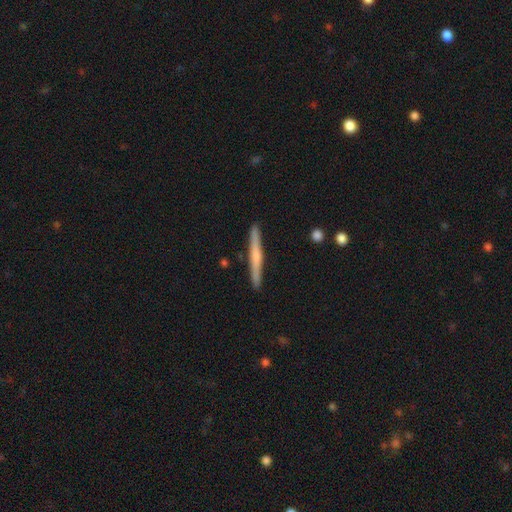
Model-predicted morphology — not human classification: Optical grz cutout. It shows a featured or disk galaxy (49%). Merging: none (91%).